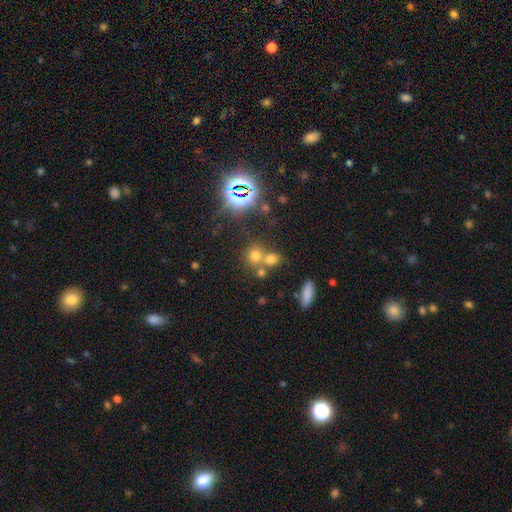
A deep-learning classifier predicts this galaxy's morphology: Smooth or featured?
  - smooth: 62% *
  - star or artifact: 27%
  - featured or disk: 11%
How rounded?
  - round: 77% *
  - in between: 22%
  - cigar-shaped: 2%
Merging?
  - none: 50% *
  - merger: 38%
  - minor disturbance: 8%
  - major disturbance: 4%